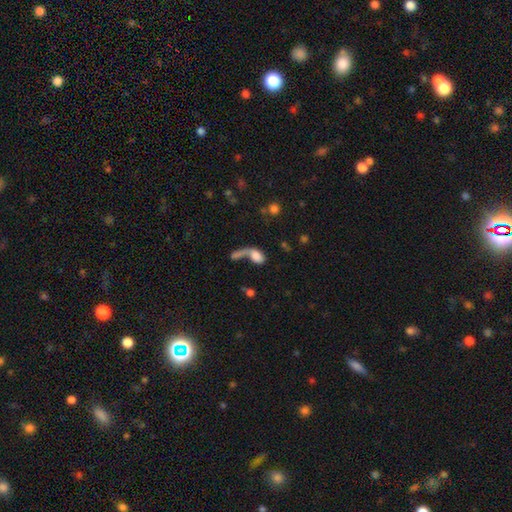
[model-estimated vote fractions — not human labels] This is likely a smooth galaxy (67%). How rounded: likely in between (80%). Merging: marginally merger (42%).